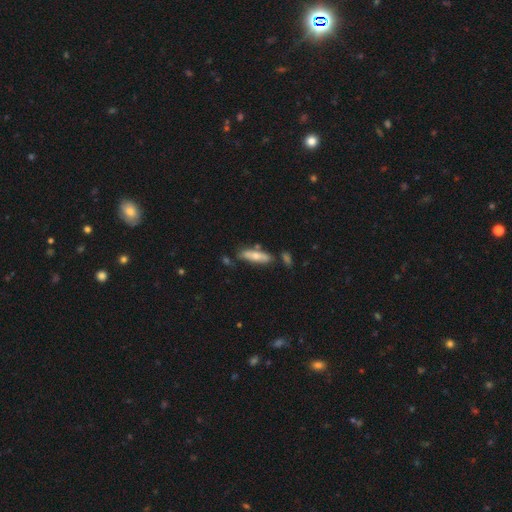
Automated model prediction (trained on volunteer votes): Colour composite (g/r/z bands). It shows a smooth galaxy with no disk features (61%) that is cigar-shaped (59%). Merging: none (68%).